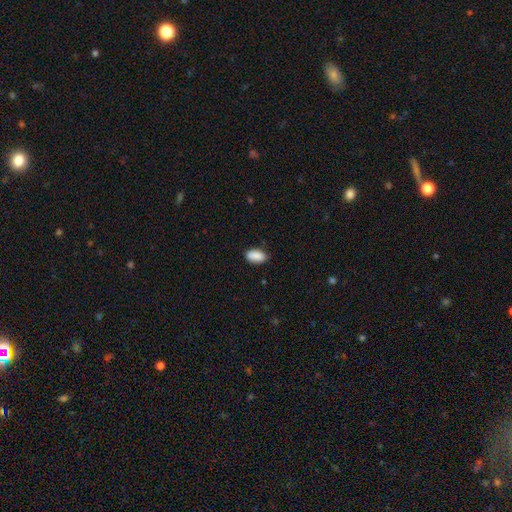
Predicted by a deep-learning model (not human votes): Smooth or featured?
  - smooth: 90% *
  - star or artifact: 7%
  - featured or disk: 4%
How rounded?
  - in between: 93% *
  - round: 4%
  - cigar-shaped: 3%
Merging?
  - none: 83% *
  - minor disturbance: 14%
  - major disturbance: 2%
  - merger: 1%